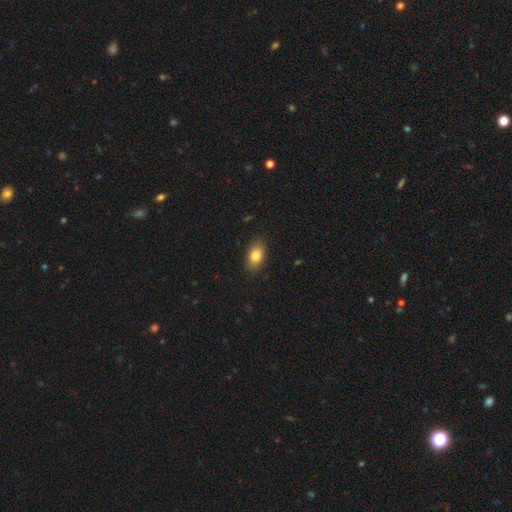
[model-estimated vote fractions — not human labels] smooth_or_featured: smooth (p=0.81) [alt: featured or disk p=0.11]
how_rounded: in between (p=0.88) [alt: round p=0.09]
merging: none (p=0.86) [alt: minor disturbance p=0.11]